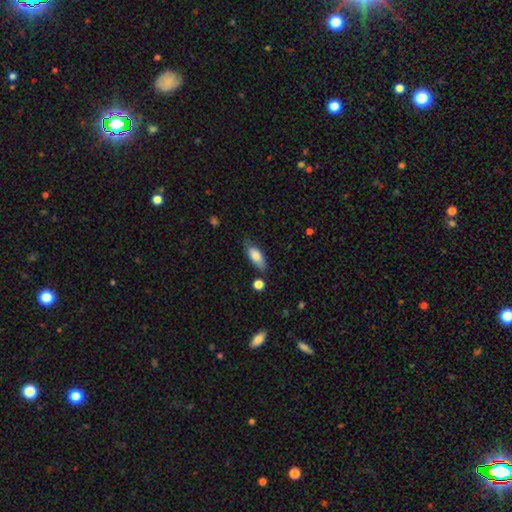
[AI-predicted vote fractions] A smooth galaxy with no disk features (80%) that is in between round and cigar-shaped (79%). Merging: none (67%).